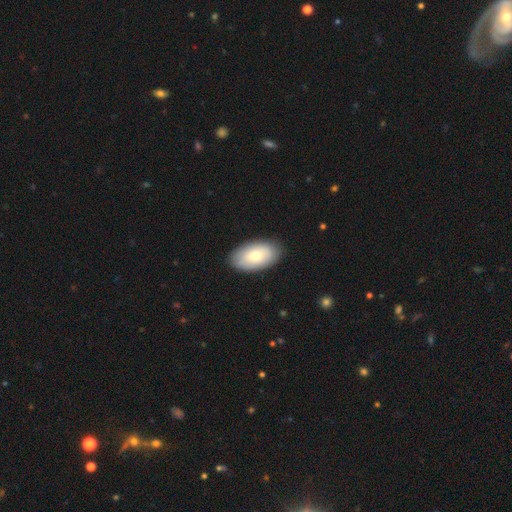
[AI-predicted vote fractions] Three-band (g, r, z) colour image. It shows a smooth galaxy with no disk features (69%) that is in between round and cigar-shaped (94%). Merging: none (88%).